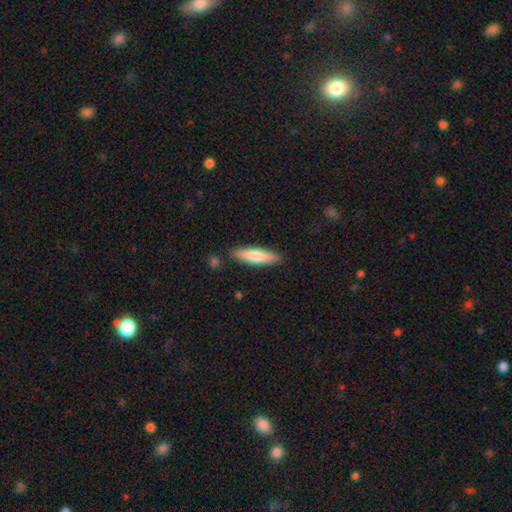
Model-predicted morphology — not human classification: Smooth or featured? Predicted: smooth (p=0.75). How rounded? Predicted: cigar-shaped (p=0.78). Merging? Predicted: none (p=0.86).